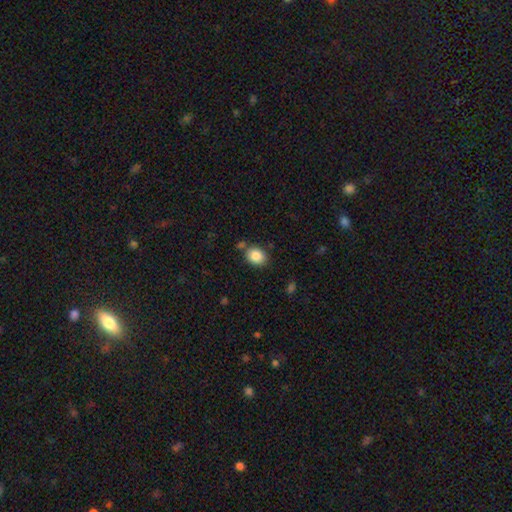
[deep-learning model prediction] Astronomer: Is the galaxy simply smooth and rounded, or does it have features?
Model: smooth — 86%.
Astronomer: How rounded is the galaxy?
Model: in between — 53% (runner-up: round, 46%).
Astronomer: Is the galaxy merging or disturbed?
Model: none — 75%.